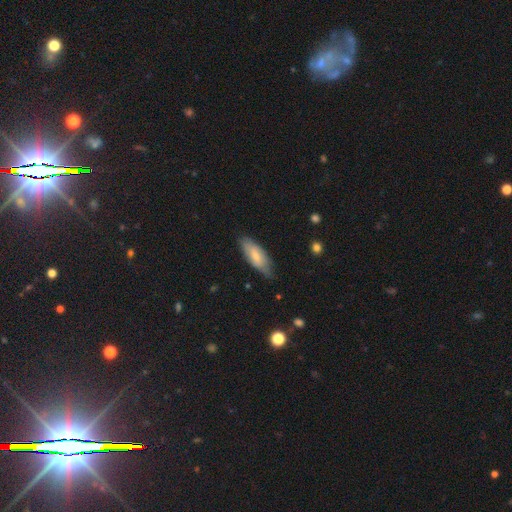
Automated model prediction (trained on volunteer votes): This appears to be a smooth galaxy with no disk features (70%) that is in between round and cigar-shaped (74%). Merging: none (69%).